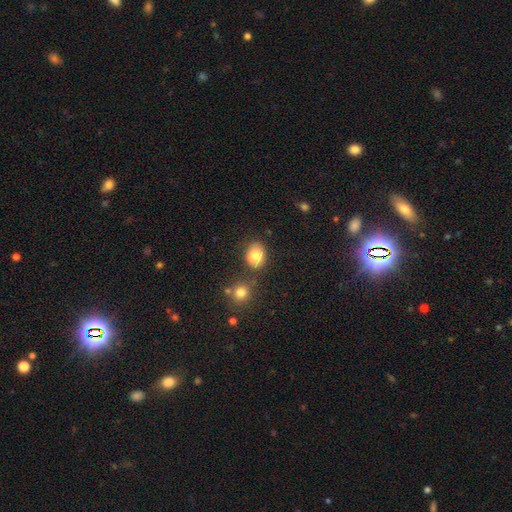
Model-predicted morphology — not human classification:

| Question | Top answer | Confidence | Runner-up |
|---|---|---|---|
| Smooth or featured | smooth | 81% | featured or disk (9%) |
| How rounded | in between | 52% | round (47%) |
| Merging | none | 77% | minor disturbance (12%) |